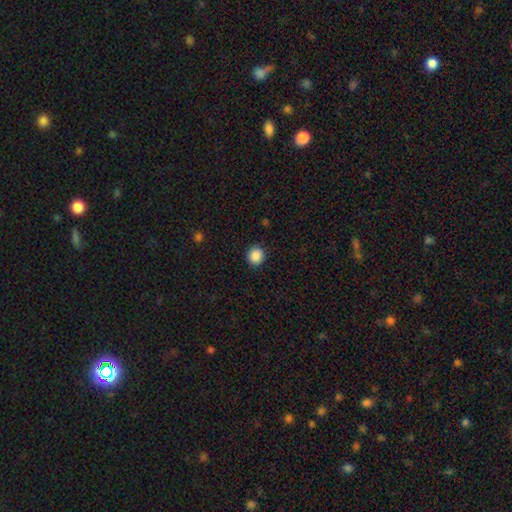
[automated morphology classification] Smooth or featured? smooth (87%)
How rounded? round (87%)
Merging? none (89%)